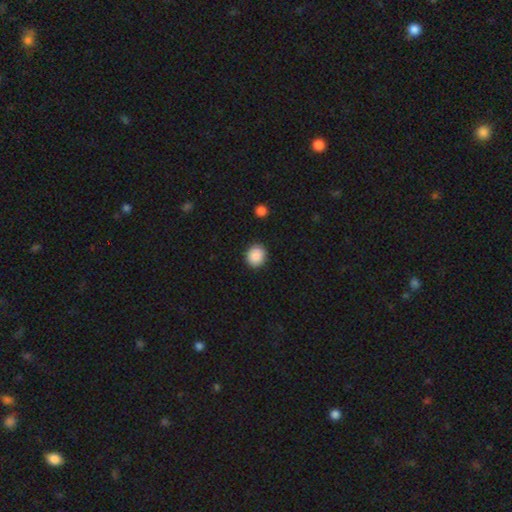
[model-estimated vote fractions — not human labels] Q: Smooth or featured?
A: smooth (89%); runner-up: star or artifact (8%)
Q: How rounded?
A: round (78%); runner-up: in between (21%)
Q: Merging?
A: none (91%); runner-up: minor disturbance (6%)